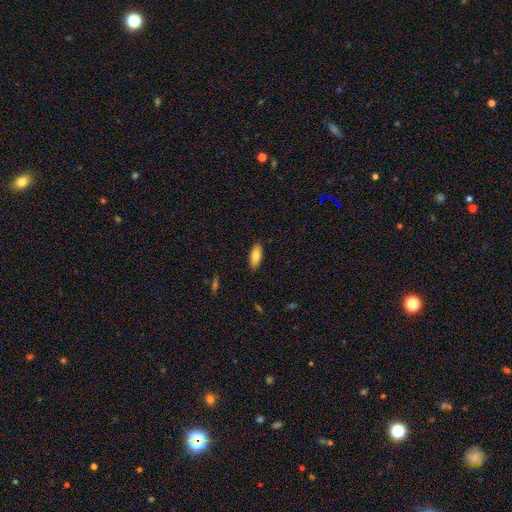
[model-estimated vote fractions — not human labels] smooth-or-featured: smooth: 79% | featured or disk: 15% | star or artifact: 6%
  how-rounded: in between: 79% | cigar-shaped: 19% | round: 2%
  merging: none: 88% | minor disturbance: 9% | major disturbance: 2% | merger: 1%